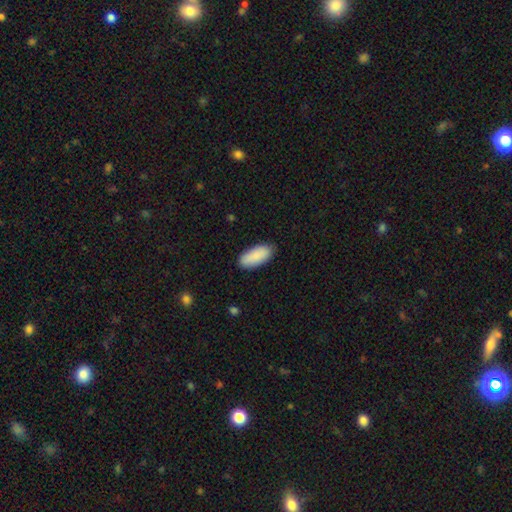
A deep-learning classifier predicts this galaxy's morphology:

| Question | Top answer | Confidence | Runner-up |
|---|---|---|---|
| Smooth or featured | smooth | 89% | star or artifact (6%) |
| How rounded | in between | 87% | cigar-shaped (11%) |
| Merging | none | 87% | minor disturbance (10%) |